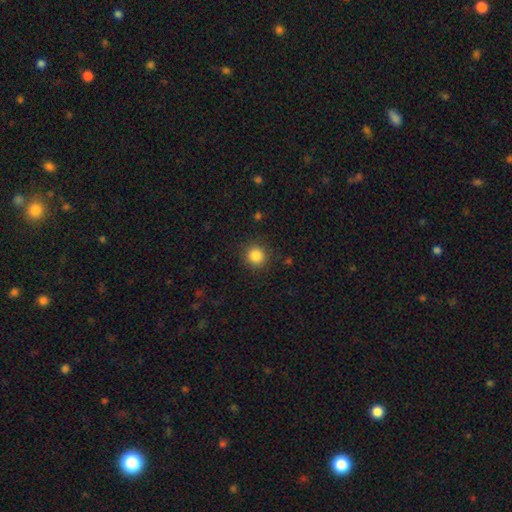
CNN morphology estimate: Overall: smooth (85%). How rounded: round (92%). Merging: none (89%).